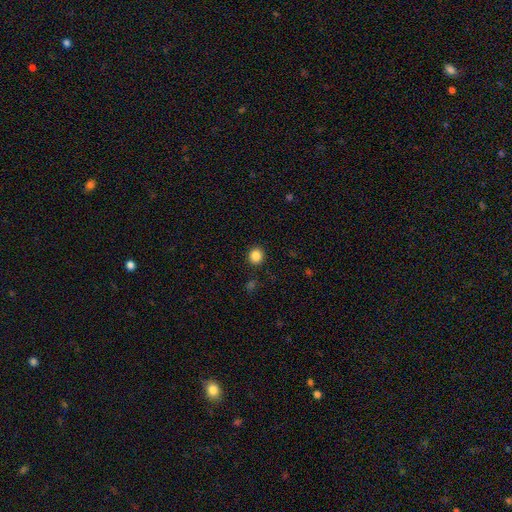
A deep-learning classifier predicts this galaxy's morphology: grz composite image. It shows a smooth galaxy with no disk features (86%) that is round (90%). Merging: none (92%).